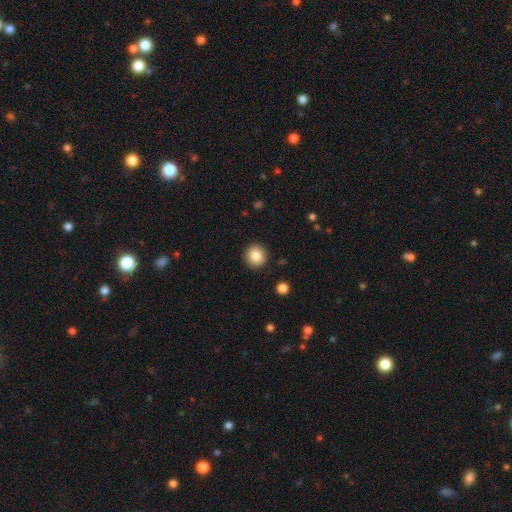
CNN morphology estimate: Q: Smooth or featured?
A: smooth (84%); runner-up: star or artifact (9%)
Q: How rounded?
A: round (89%); runner-up: in between (10%)
Q: Merging?
A: none (91%); runner-up: minor disturbance (6%)